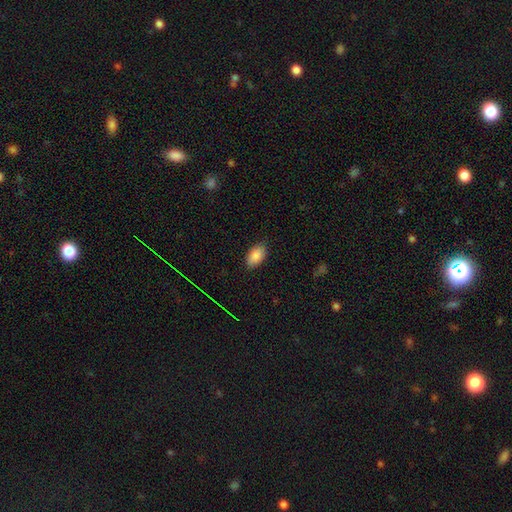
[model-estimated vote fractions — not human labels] Smooth or featured? smooth (86%)
How rounded? in between (93%)
Merging? none (84%)